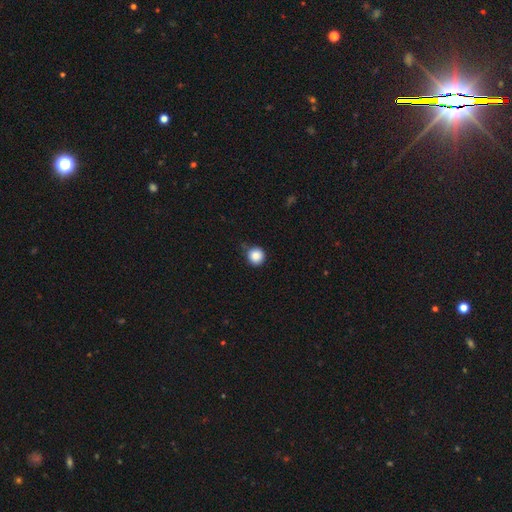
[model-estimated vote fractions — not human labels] This is clearly a smooth galaxy (87%). How rounded: clearly round (95%). Merging: likely none (78%).